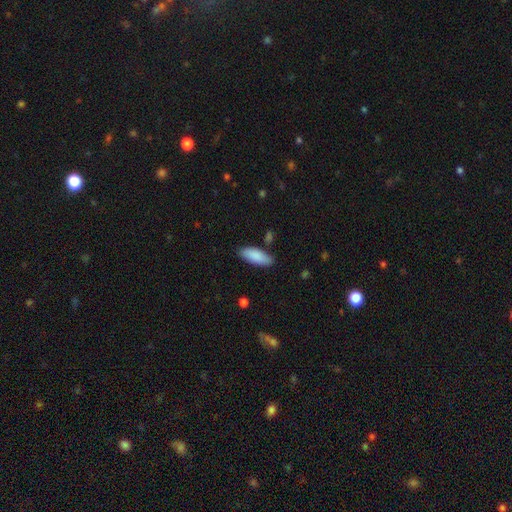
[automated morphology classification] The model was most divided on "how rounded": in between: 74%, cigar-shaped: 24%, round: 2%. More confident: smooth or featured — smooth (87%); merging — none (82%).